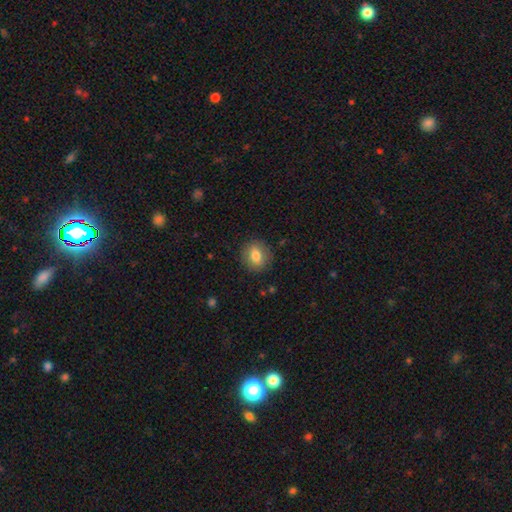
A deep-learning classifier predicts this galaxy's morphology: A smooth galaxy with no disk features (74%) that is round (62%).

Vote fractions:
- Smooth or featured? smooth: 74% / featured or disk: 18% / star or artifact: 8%
- How rounded? round: 62% / in between: 36% / cigar-shaped: 2%
- Merging? none: 86% / minor disturbance: 10% / major disturbance: 3% / merger: 1%